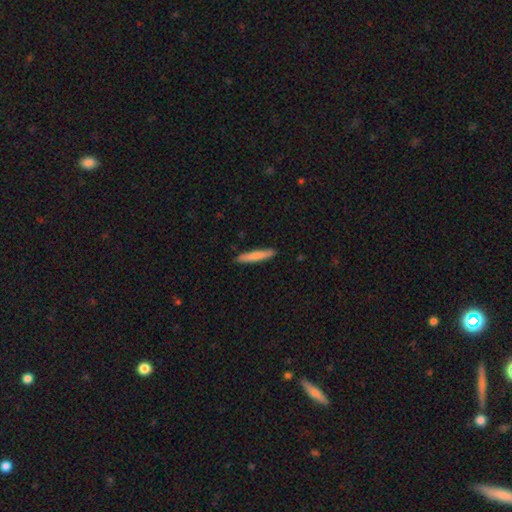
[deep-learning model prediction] A smooth galaxy with no disk features (79%) that is cigar-shaped (93%).

Vote fractions:
- Smooth or featured? smooth: 79% / featured or disk: 16% / star or artifact: 5%
- How rounded? cigar-shaped: 93% / in between: 5% / round: 1%
- Merging? none: 90% / minor disturbance: 8% / major disturbance: 1% / merger: 1%